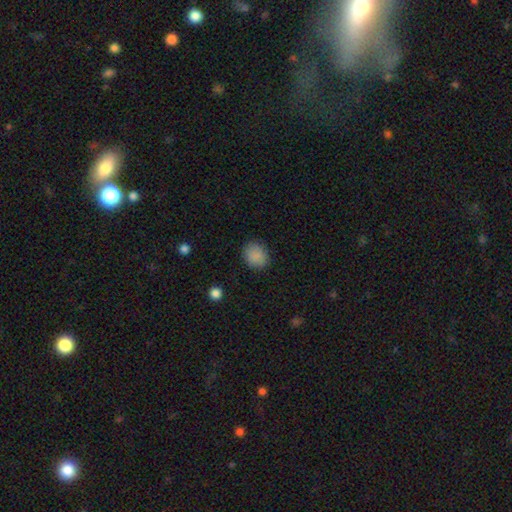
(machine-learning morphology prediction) The model was most divided on "how rounded": round: 67%, in between: 32%, cigar-shaped: 1%. More confident: smooth or featured — smooth (87%); merging — none (85%).